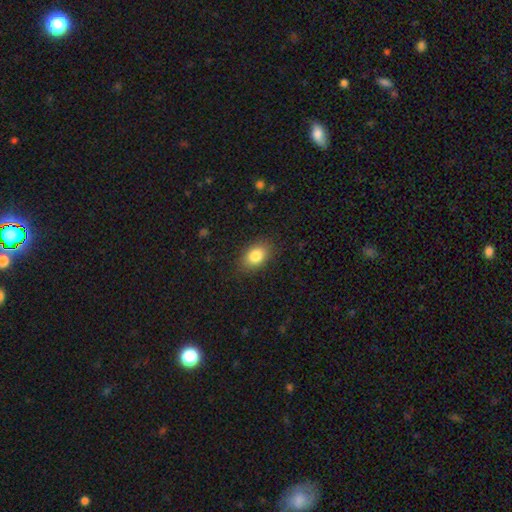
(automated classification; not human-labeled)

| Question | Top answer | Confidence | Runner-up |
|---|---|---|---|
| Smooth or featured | smooth | 85% | star or artifact (8%) |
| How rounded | in between | 81% | round (17%) |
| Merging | none | 85% | minor disturbance (11%) |